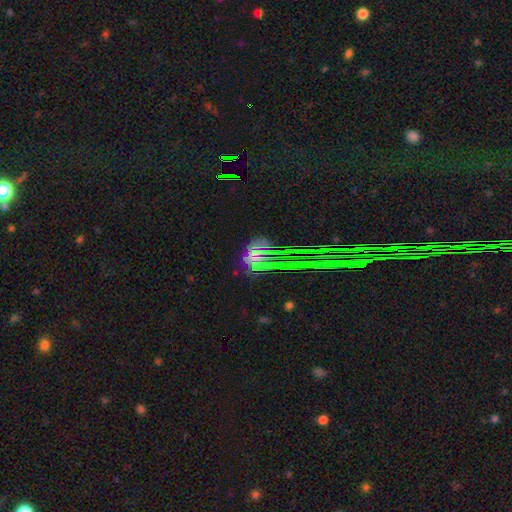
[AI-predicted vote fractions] This is possibly a star or artifact rather than a galaxy (53%).